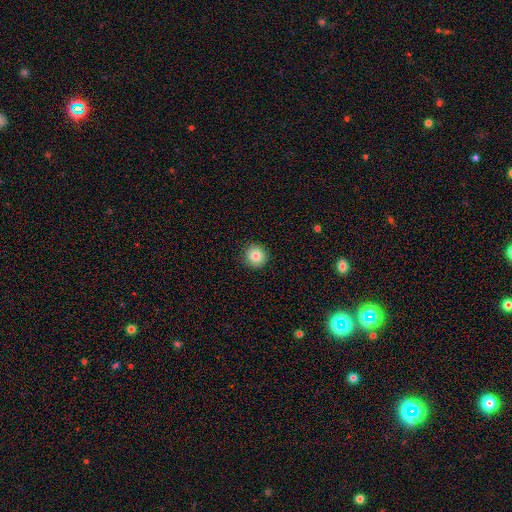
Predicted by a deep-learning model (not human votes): This is clearly a smooth galaxy (84%). How rounded: clearly round (94%). Merging: clearly none (91%).